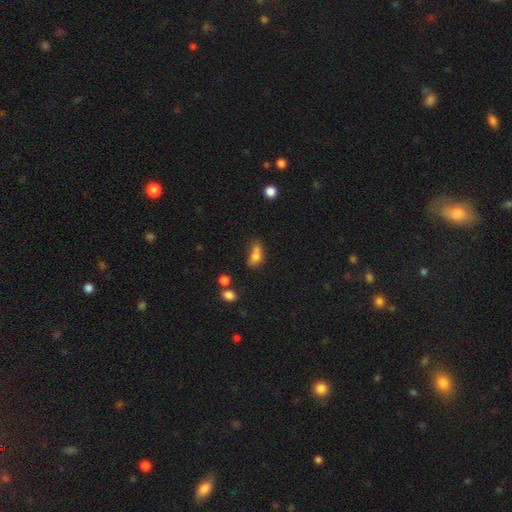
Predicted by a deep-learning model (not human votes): Q: Smooth or featured?
A: smooth (73%); runner-up: featured or disk (14%)
Q: How rounded?
A: in between (71%); runner-up: round (24%)
Q: Merging?
A: merger (40%); runner-up: none (28%)